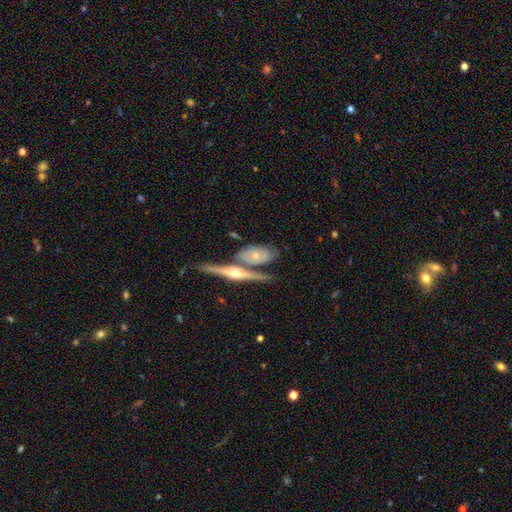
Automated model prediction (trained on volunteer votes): Smooth or featured? featured or disk (67%)
Edge-on disk? yes (68%)
Merging? none (52%)